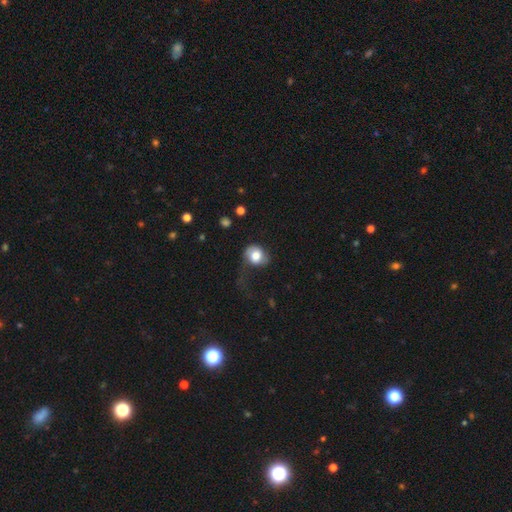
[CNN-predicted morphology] Smooth or featured: smooth — 71% (featured or disk — 21%)
How rounded: round — 62% (in between — 37%)
Merging: none — 39% (major disturbance — 31%)